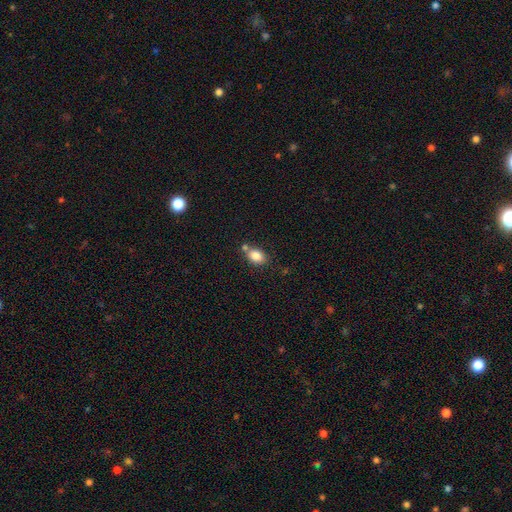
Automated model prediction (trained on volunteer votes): A smooth galaxy with no disk features (84%) that is in between round and cigar-shaped (70%).

Vote fractions:
- Smooth or featured? smooth: 84% / star or artifact: 9% / featured or disk: 7%
- How rounded? in between: 70% / round: 29% / cigar-shaped: 1%
- Merging? none: 58% / merger: 25% / minor disturbance: 14% / major disturbance: 4%